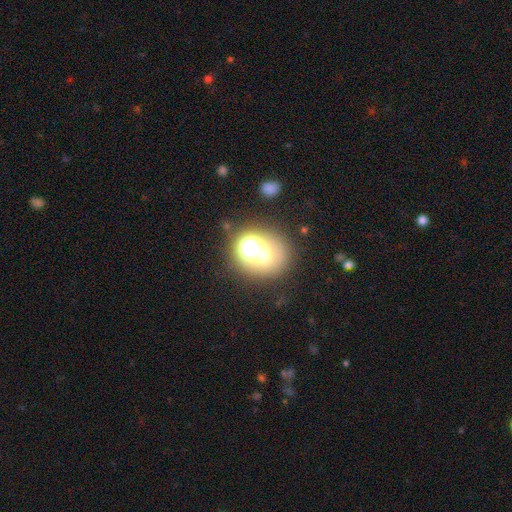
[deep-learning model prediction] This appears to be a star or artifact, not a galaxy (48%).